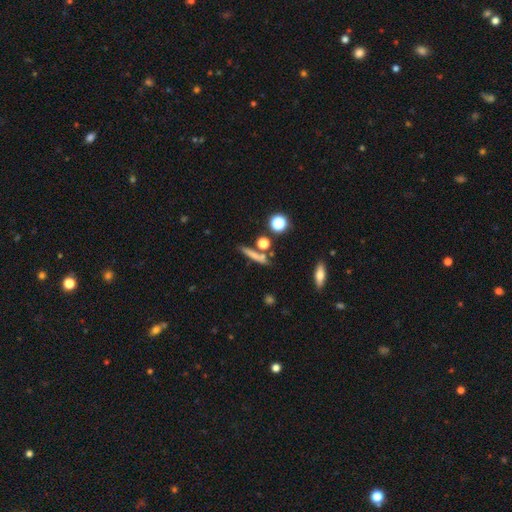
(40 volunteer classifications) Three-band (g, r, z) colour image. It shows a smooth galaxy with no disk features (62%) that is cigar-shaped (80%). Merging: none (62%).